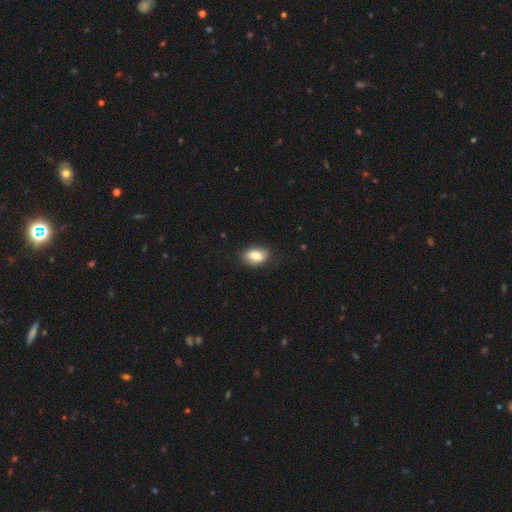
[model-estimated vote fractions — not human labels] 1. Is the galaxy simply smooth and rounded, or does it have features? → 83% smooth, 10% featured or disk, 7% star or artifact.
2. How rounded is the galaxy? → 87% in between, 12% round, 2% cigar-shaped.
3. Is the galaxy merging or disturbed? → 79% none, 17% minor disturbance, 3% major disturbance, 1% merger.